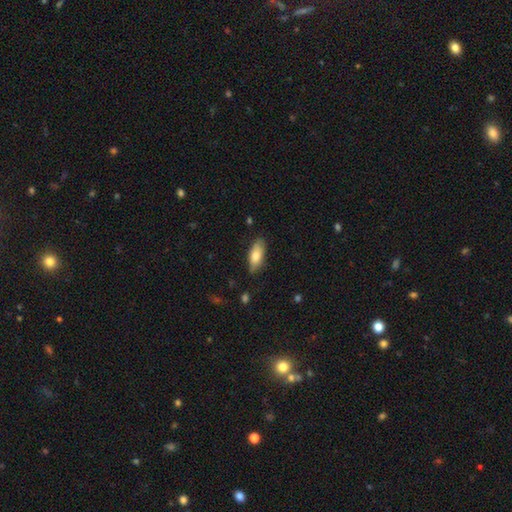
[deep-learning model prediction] Smooth or featured: smooth — 76% (featured or disk — 17%)
How rounded: in between — 79% (cigar-shaped — 19%)
Merging: none — 82% (minor disturbance — 14%)